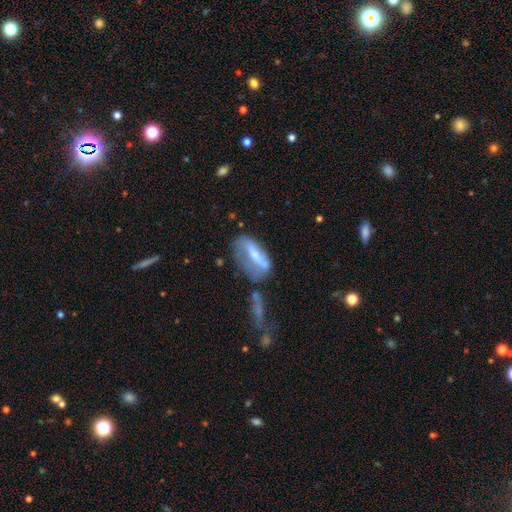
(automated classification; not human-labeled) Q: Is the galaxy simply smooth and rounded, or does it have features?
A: featured or disk — 53%.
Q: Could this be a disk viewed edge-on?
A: no — 75%.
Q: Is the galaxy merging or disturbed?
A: none — 38%.